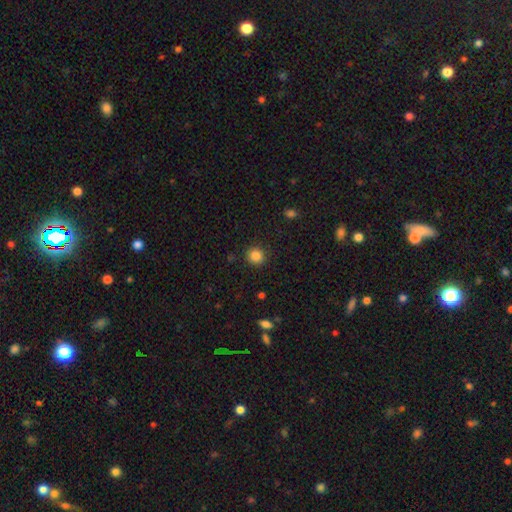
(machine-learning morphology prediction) A smooth galaxy with no disk features (85%) that is round (90%). Merging: none (90%).